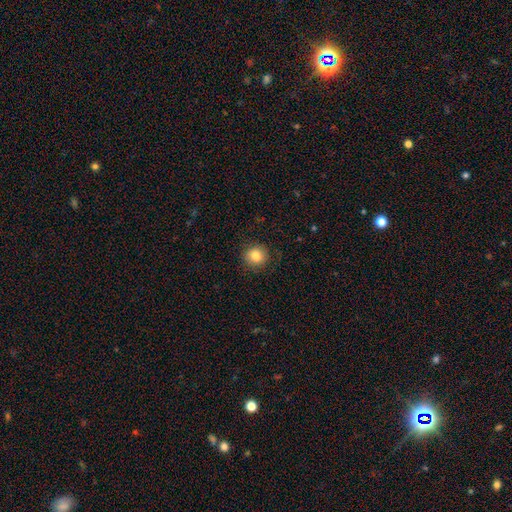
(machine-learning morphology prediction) smooth-or-featured: smooth: 83% | star or artifact: 10% | featured or disk: 7%
  how-rounded: round: 90% | in between: 9% | cigar-shaped: 1%
  merging: none: 88% | minor disturbance: 9% | major disturbance: 3% | merger: 1%